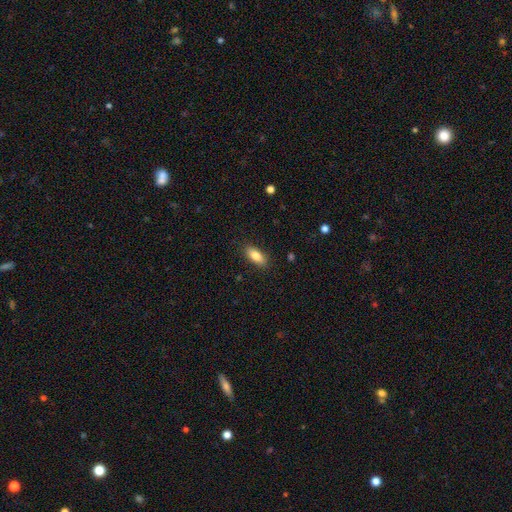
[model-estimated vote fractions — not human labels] This appears to be a smooth galaxy with no disk features (82%) that is in between round and cigar-shaped (81%). Merging: none (87%).